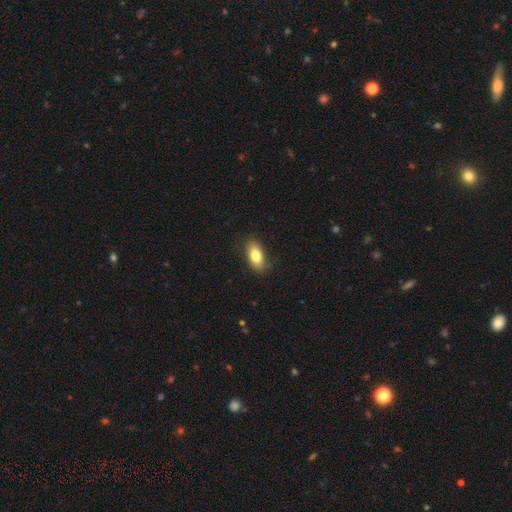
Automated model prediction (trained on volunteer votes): This is clearly a smooth galaxy (81%). How rounded: clearly in between (86%). Merging: clearly none (83%).